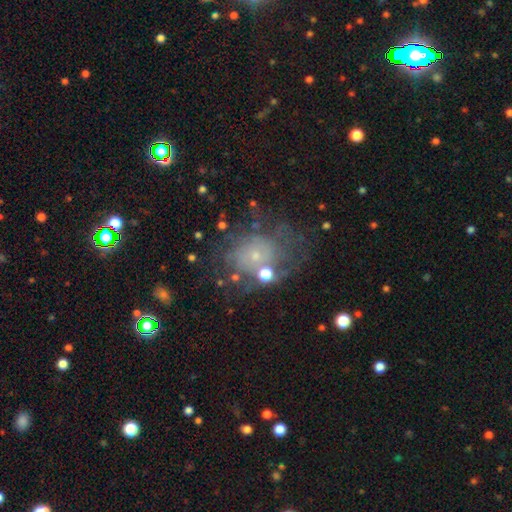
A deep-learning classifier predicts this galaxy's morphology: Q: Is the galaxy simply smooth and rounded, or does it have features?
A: featured or disk — 51%.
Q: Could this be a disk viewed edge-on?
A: no — 97%.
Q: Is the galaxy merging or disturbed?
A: none — 52%.